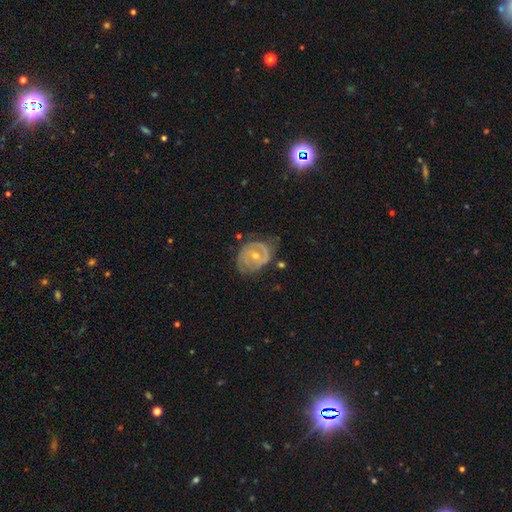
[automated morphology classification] This is likely a featured or disk galaxy (80%). It is clearly not viewed edge-on (97%). Bar: possibly no (56%). Spiral arm pattern: clearly yes (86%). Spiral arm count: possibly 2 (55%). Spiral winding: possibly tight (58%). Central bulge: possibly small (56%). Merging: possibly none (57%).